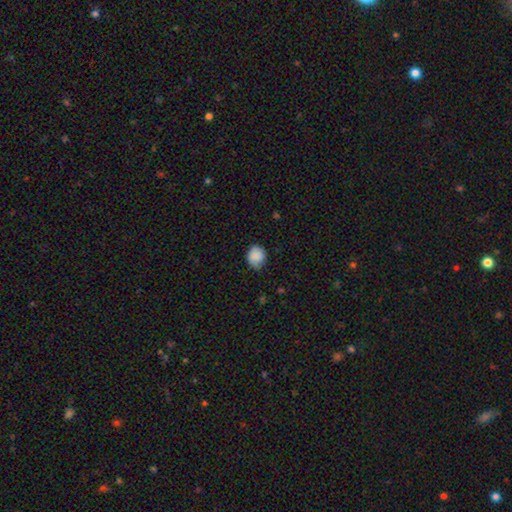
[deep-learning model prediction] The model was most divided on "how rounded": round: 70%, in between: 29%, cigar-shaped: 1%. More confident: smooth or featured — smooth (88%); merging — none (75%).